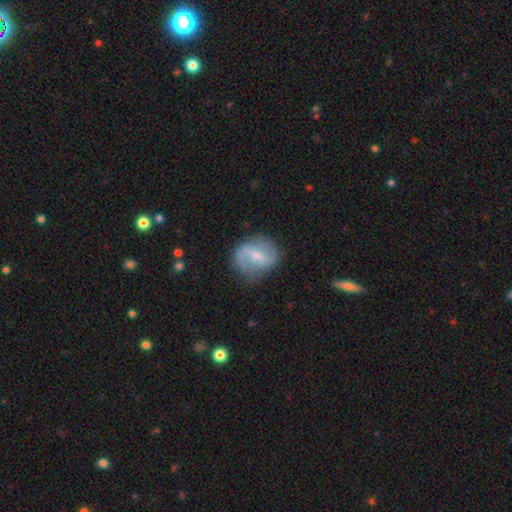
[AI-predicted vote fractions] smooth_or_featured: featured or disk (p=0.69) [alt: smooth p=0.25]
disk_edge_on: no (p=0.97) [alt: yes p=0.03]
bar: weak (p=0.54) [alt: strong p=0.27]
has_spiral_arms: yes (p=0.87) [alt: no p=0.13]
spiral_winding: loose (p=0.42) [alt: medium p=0.41]
spiral_arm_count: 2 (p=0.77) [alt: 1 p=0.10]
bulge_size: small (p=0.58) [alt: moderate p=0.32]
merging: none (p=0.70) [alt: minor disturbance p=0.20]